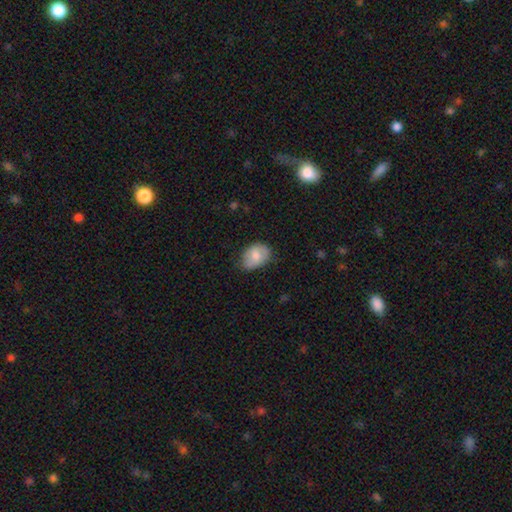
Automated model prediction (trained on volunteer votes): This appears to be a smooth galaxy with no disk features (75%) that is in between round and cigar-shaped (78%). Merging: none (63%).